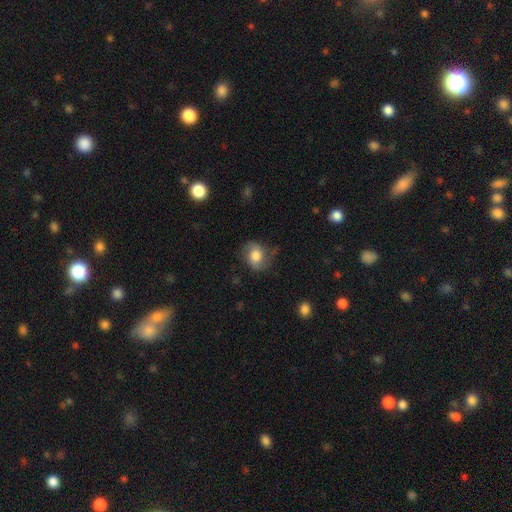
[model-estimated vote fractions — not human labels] This is possibly a smooth galaxy (52%). How rounded: possibly round (56%). Merging: likely none (63%).